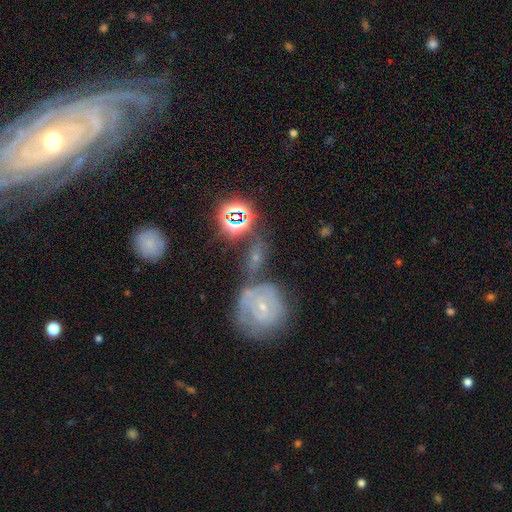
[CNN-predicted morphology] This appears to be a featured or disk galaxy (44%). Merging: none (51%).